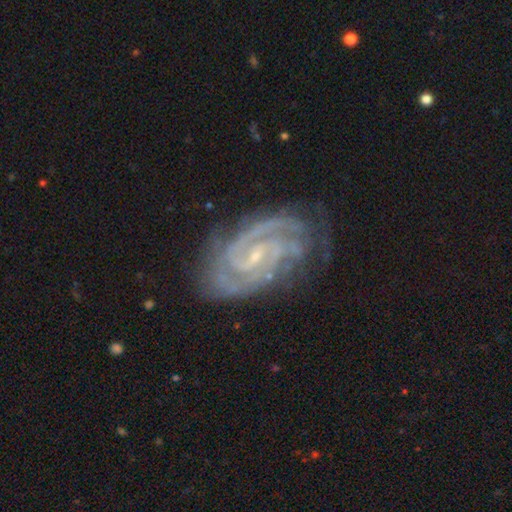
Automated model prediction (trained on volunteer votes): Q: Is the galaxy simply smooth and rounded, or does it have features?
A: featured or disk — 91%.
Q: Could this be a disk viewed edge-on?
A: no — 97%.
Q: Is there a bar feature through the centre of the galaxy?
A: weak — 48%.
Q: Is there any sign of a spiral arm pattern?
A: yes — 98%.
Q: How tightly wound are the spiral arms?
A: tight — 65%.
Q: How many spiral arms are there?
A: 2 — 61%.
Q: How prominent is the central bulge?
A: small — 78%.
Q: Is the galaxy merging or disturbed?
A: none — 75%.